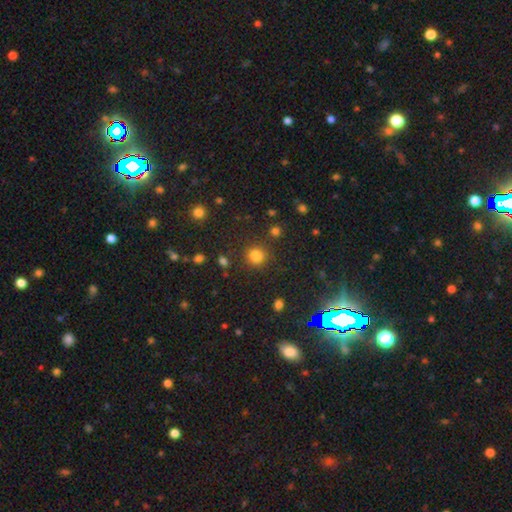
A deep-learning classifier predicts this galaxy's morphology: smooth_or_featured: smooth (p=0.80) [alt: star or artifact p=0.15]
how_rounded: round (p=0.86) [alt: in between p=0.13]
merging: none (p=0.82) [alt: minor disturbance p=0.10]